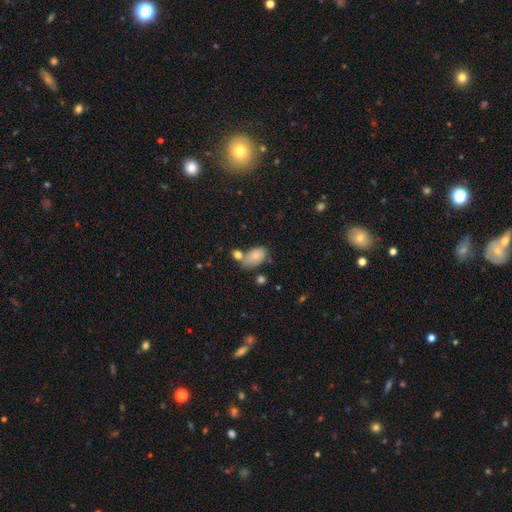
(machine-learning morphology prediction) smooth_or_featured: smooth (p=0.82) [alt: featured or disk p=0.11]
how_rounded: in between (p=0.92) [alt: round p=0.06]
merging: none (p=0.49) [alt: merger p=0.25]